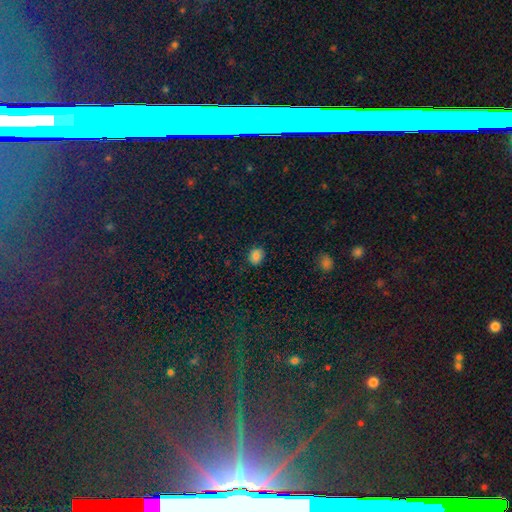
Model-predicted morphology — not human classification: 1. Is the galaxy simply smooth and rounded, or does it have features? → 81% smooth, 13% star or artifact, 6% featured or disk.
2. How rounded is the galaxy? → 57% round, 42% in between, 1% cigar-shaped.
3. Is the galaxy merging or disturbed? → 81% none, 14% minor disturbance, 3% major disturbance, 1% merger.